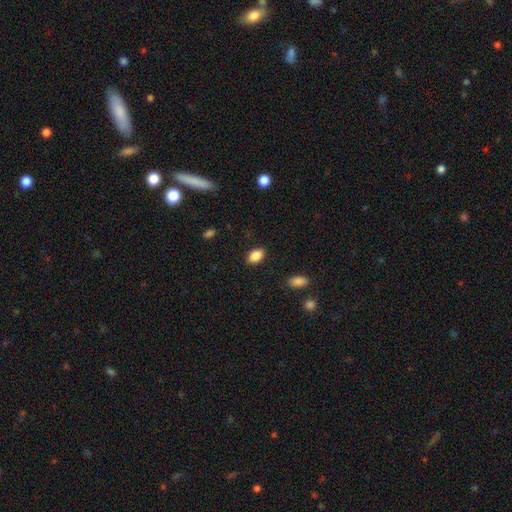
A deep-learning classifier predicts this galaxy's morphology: A smooth galaxy with no disk features (87%) that is in between round and cigar-shaped (86%). Merging: none (87%).